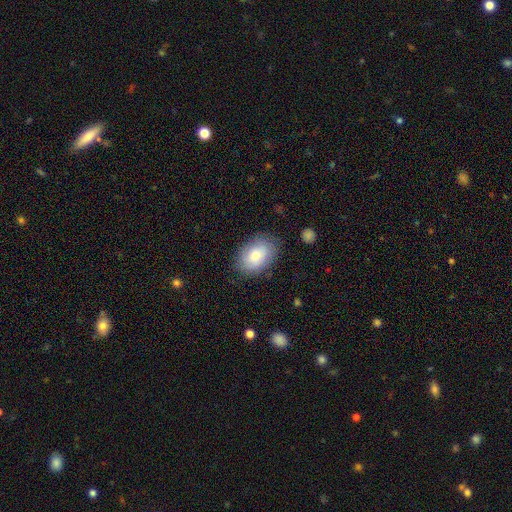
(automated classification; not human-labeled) This is likely a smooth galaxy (76%). How rounded: clearly in between (83%). Merging: likely none (80%).